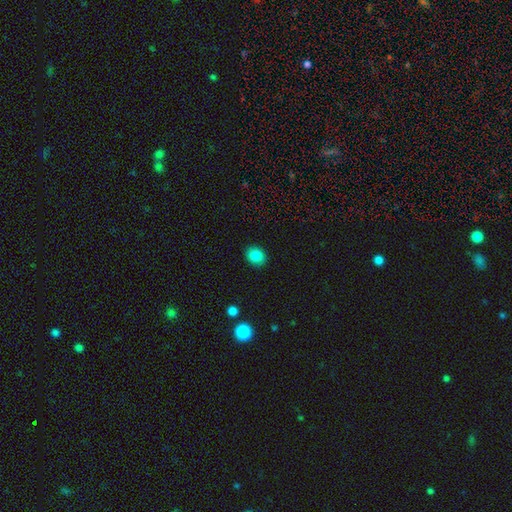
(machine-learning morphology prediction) This appears to be a smooth galaxy with no disk features (84%) that is round (58%). Merging: none (90%).